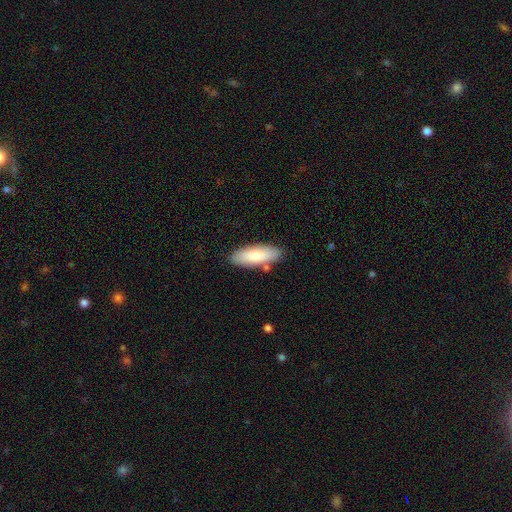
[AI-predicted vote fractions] Smooth or featured? smooth (82%)
How rounded? in between (68%)
Merging? none (82%)